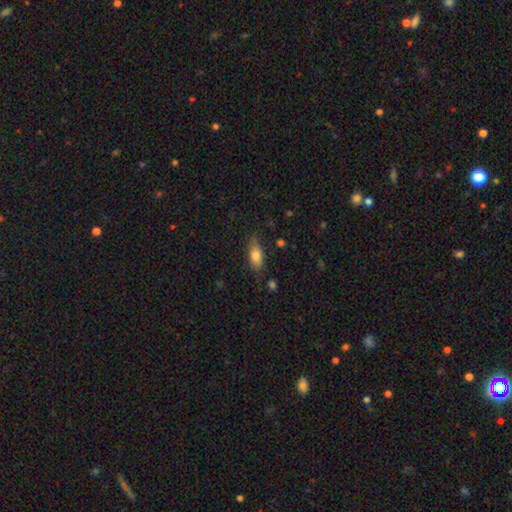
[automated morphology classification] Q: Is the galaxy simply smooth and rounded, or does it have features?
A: smooth — 78%.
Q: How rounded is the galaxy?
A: in between — 76%.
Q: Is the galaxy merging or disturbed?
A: none — 73%.